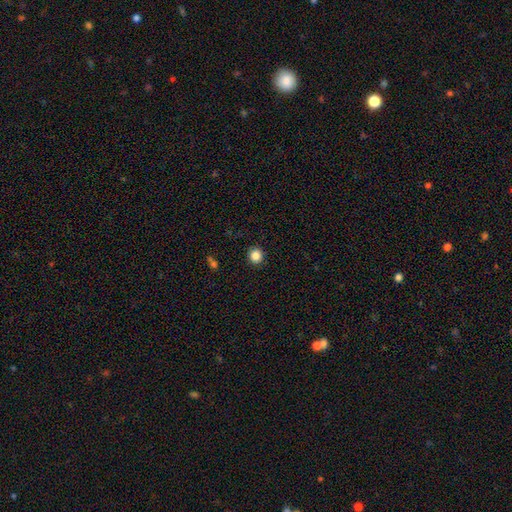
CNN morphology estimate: This is clearly a smooth galaxy (85%). How rounded: clearly round (91%). Merging: clearly none (92%).